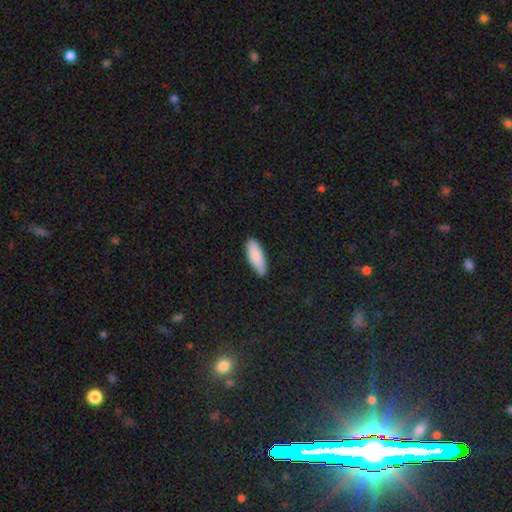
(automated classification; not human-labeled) Smooth or featured: smooth — 88% (featured or disk — 7%)
How rounded: in between — 69% (cigar-shaped — 29%)
Merging: none — 78% (minor disturbance — 19%)